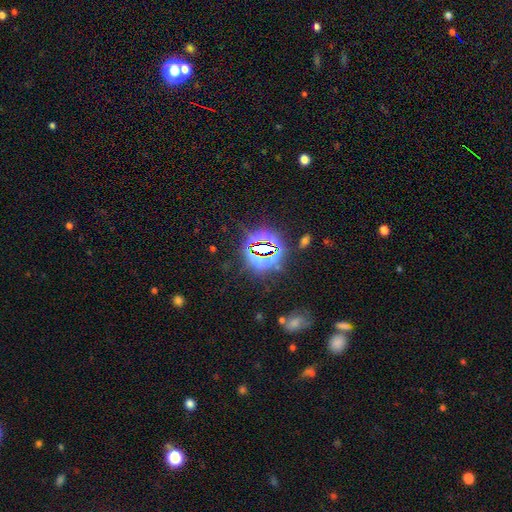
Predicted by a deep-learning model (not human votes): smooth-or-featured: star or artifact: 81% | smooth: 12% | featured or disk: 8%